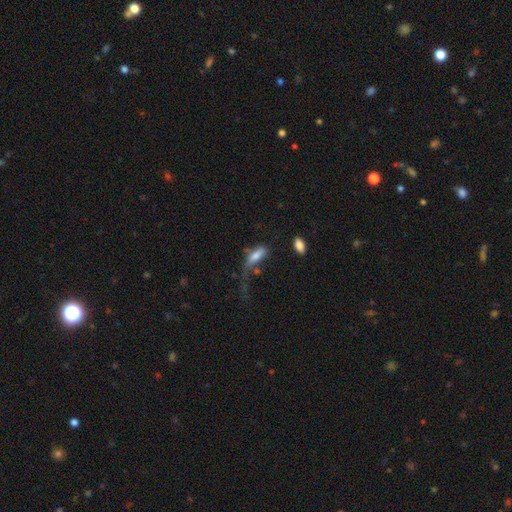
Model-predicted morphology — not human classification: Smooth or featured?
  - smooth: 70% *
  - featured or disk: 22%
  - star or artifact: 8%
How rounded?
  - in between: 65% *
  - cigar-shaped: 32%
  - round: 4%
Merging?
  - major disturbance: 48% *
  - none: 24%
  - minor disturbance: 18%
  - merger: 10%